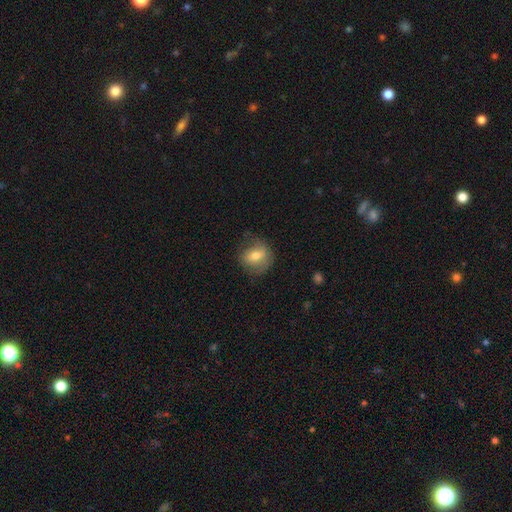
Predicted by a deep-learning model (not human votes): Smooth or featured?
  - smooth: 68% *
  - featured or disk: 24%
  - star or artifact: 8%
How rounded?
  - round: 62% *
  - in between: 37%
  - cigar-shaped: 1%
Merging?
  - none: 66% *
  - minor disturbance: 23%
  - major disturbance: 10%
  - merger: 1%